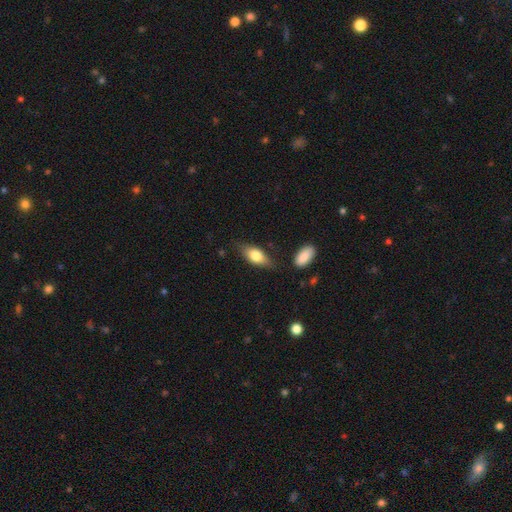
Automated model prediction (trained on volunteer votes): smooth_or_featured: smooth (p=0.74) [alt: featured or disk p=0.20]
how_rounded: in between (p=0.81) [alt: cigar-shaped p=0.15]
merging: none (p=0.73) [alt: minor disturbance p=0.19]